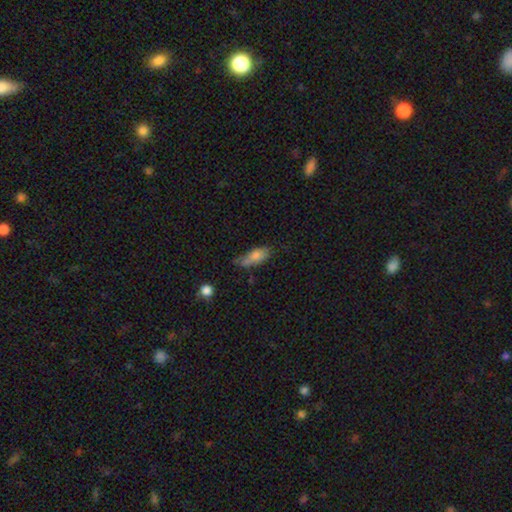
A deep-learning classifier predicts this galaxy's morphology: Smooth or featured?
  - smooth: 76% *
  - featured or disk: 15%
  - star or artifact: 9%
How rounded?
  - in between: 75% *
  - cigar-shaped: 21%
  - round: 4%
Merging?
  - none: 41% *
  - minor disturbance: 35%
  - major disturbance: 15%
  - merger: 9%